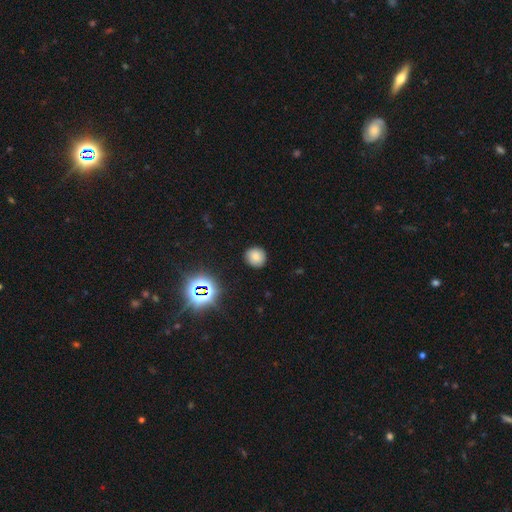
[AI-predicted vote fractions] The model was most divided on "smooth or featured": smooth: 76%, star or artifact: 16%, featured or disk: 9%. More confident: how rounded — round (89%); merging — none (88%).